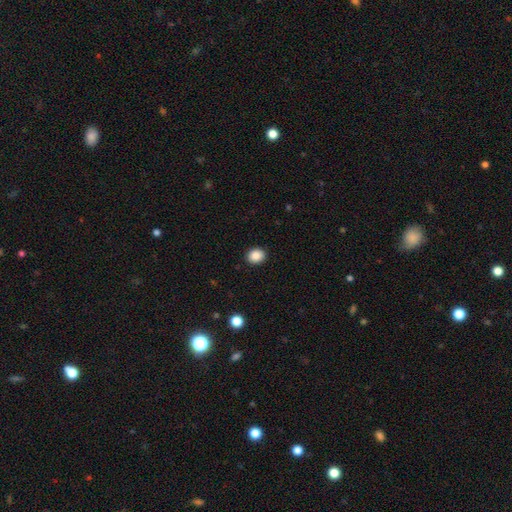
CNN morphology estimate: smooth_or_featured: smooth (p=0.88) [alt: star or artifact p=0.09]
how_rounded: round (p=0.62) [alt: in between p=0.37]
merging: none (p=0.91) [alt: minor disturbance p=0.06]